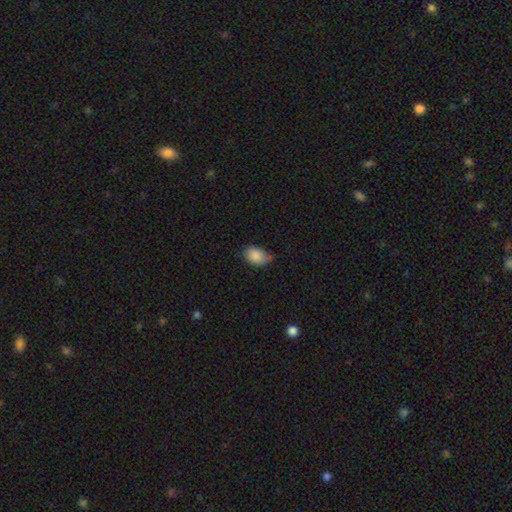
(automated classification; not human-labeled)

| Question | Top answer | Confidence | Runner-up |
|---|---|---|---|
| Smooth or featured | smooth | 86% | star or artifact (8%) |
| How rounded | in between | 79% | round (20%) |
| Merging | none | 46% | minor disturbance (43%) |